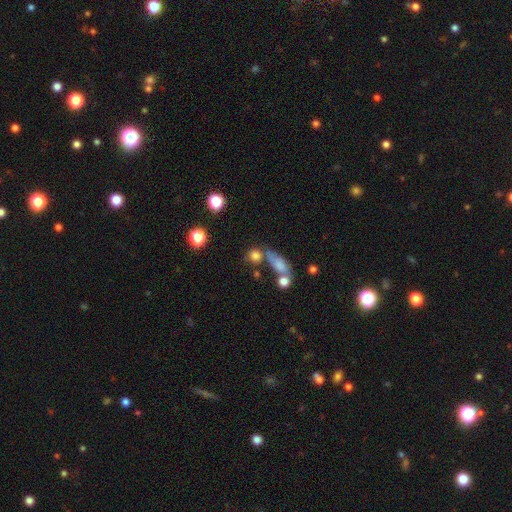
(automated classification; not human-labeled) Smooth or featured?
  - smooth: 76% *
  - star or artifact: 14%
  - featured or disk: 10%
How rounded?
  - round: 73% *
  - in between: 20%
  - cigar-shaped: 7%
Merging?
  - none: 55% *
  - merger: 24%
  - minor disturbance: 13%
  - major disturbance: 8%